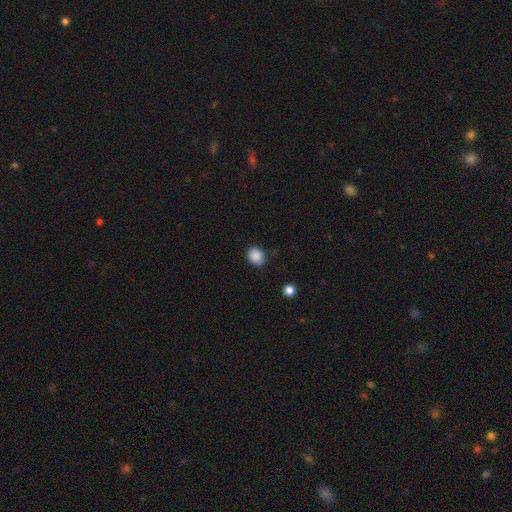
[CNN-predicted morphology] smooth-or-featured: smooth: 88% | star or artifact: 9% | featured or disk: 3%
  how-rounded: round: 55% | in between: 45% | cigar-shaped: 1%
  merging: none: 83% | minor disturbance: 12% | major disturbance: 3% | merger: 1%